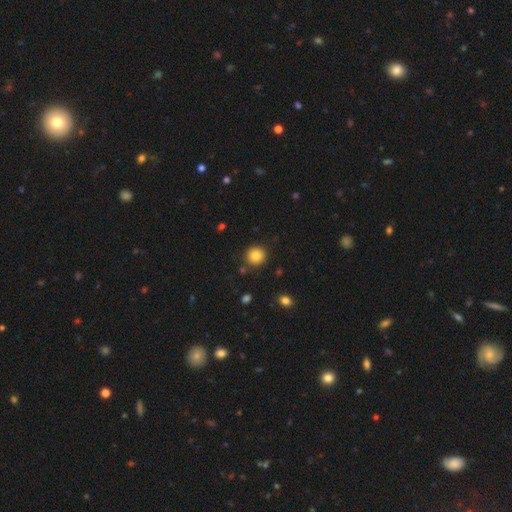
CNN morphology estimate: This appears to be a smooth galaxy with no disk features (84%) that is round (93%). Merging: none (88%).